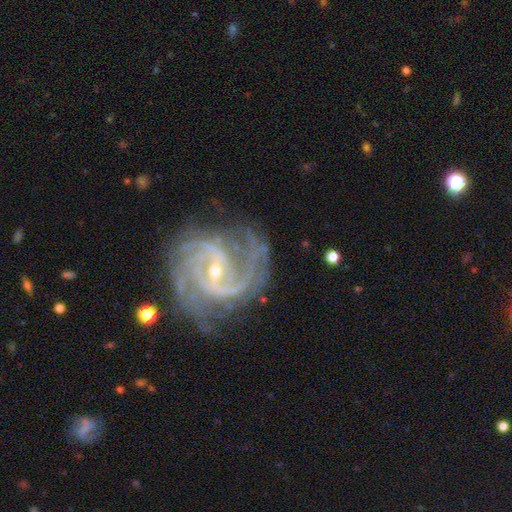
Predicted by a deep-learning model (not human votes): smooth-or-featured: featured or disk: 92% | star or artifact: 5% | smooth: 2%
  disk-edge-on: no: 98% | yes: 2%
    bar: weak: 45% | strong: 30% | no: 25%
    has-spiral-arms: yes: 99% | no: 1%
      spiral-winding: medium: 48% | tight: 43% | loose: 9%
      spiral-arm-count: 2: 35% | 3: 22% | 4: 14% | can't tell: 13% | more than 4: 8% | 1: 8%
    bulge-size: small: 75% | moderate: 22% | none: 1% | large: 1% | dominant: 1%
  merging: none: 70% | minor disturbance: 19% | major disturbance: 10% | merger: 2%